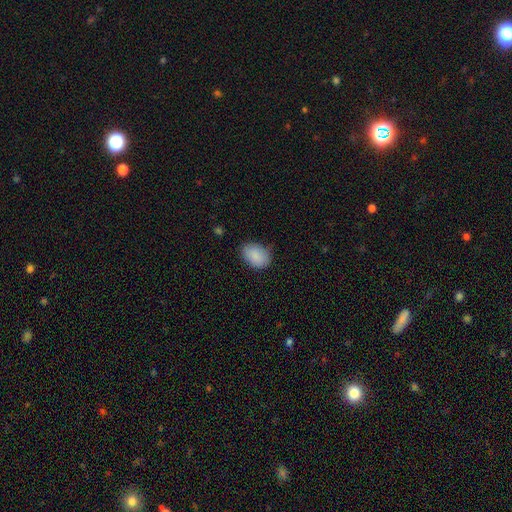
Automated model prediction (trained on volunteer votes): A smooth galaxy with no disk features (89%) that is in between round and cigar-shaped (82%).

Vote fractions:
- Smooth or featured? smooth: 89% / star or artifact: 7% / featured or disk: 5%
- How rounded? in between: 82% / round: 17% / cigar-shaped: 1%
- Merging? none: 76% / minor disturbance: 20% / major disturbance: 4% / merger: 1%